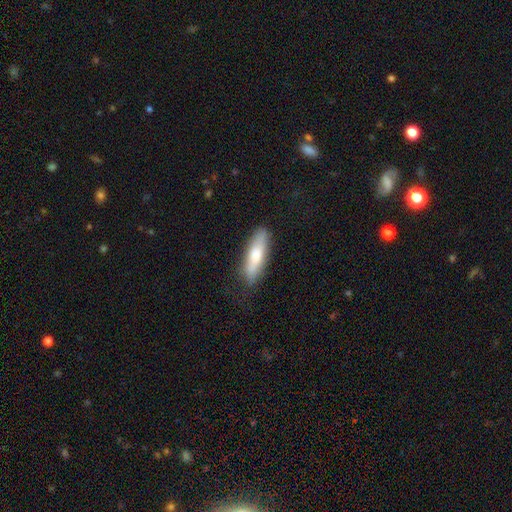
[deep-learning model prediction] Smooth or featured?
  - smooth: 72% *
  - featured or disk: 22%
  - star or artifact: 6%
How rounded?
  - cigar-shaped: 61% *
  - in between: 37%
  - round: 2%
Merging?
  - none: 81% *
  - minor disturbance: 15%
  - major disturbance: 3%
  - merger: 1%